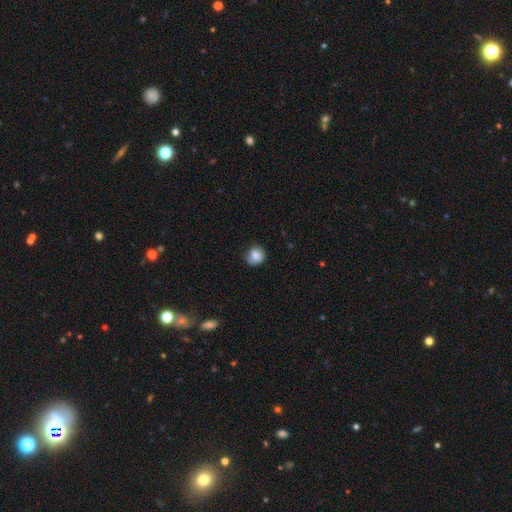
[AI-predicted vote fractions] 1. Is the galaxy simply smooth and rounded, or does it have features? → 80% smooth, 11% featured or disk, 9% star or artifact.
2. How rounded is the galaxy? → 80% round, 19% in between, 1% cigar-shaped.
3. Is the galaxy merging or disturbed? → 66% none, 26% minor disturbance, 7% major disturbance, 2% merger.